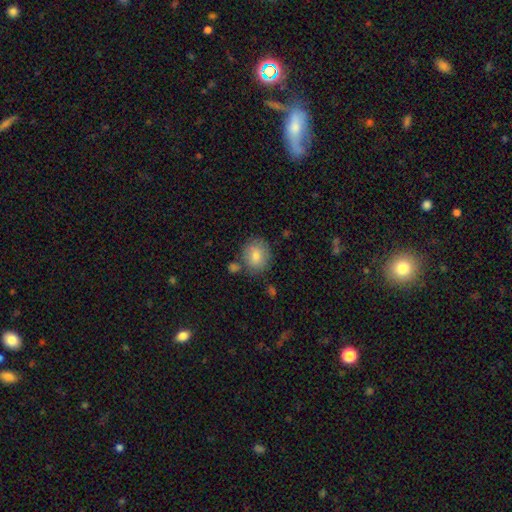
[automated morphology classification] Q: Smooth or featured?
A: smooth (79%); runner-up: featured or disk (11%)
Q: How rounded?
A: round (73%); runner-up: in between (26%)
Q: Merging?
A: none (78%); runner-up: minor disturbance (12%)